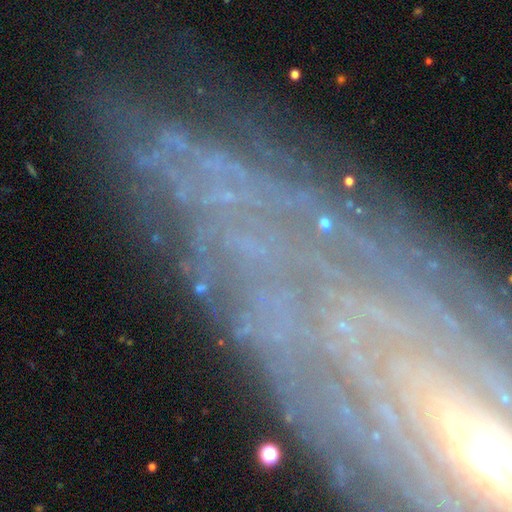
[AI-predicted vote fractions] Q: Smooth or featured?
A: featured or disk (44%); runner-up: star or artifact (42%)
Q: Merging?
A: none (69%); runner-up: minor disturbance (15%)